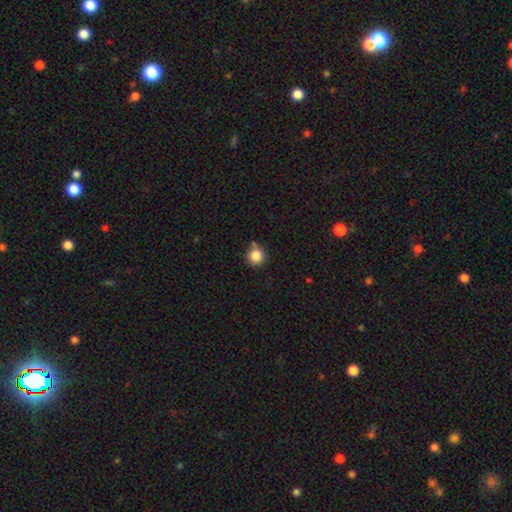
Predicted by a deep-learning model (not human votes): smooth_or_featured: smooth (p=0.85) [alt: star or artifact p=0.11]
how_rounded: round (p=0.93) [alt: in between p=0.06]
merging: none (p=0.76) [alt: minor disturbance p=0.11]